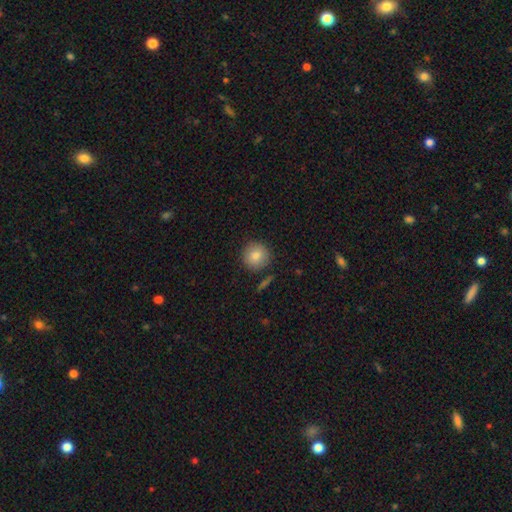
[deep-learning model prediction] The model was most divided on "smooth or featured": smooth: 83%, featured or disk: 9%, star or artifact: 8%. More confident: how rounded — round (94%); merging — none (86%).